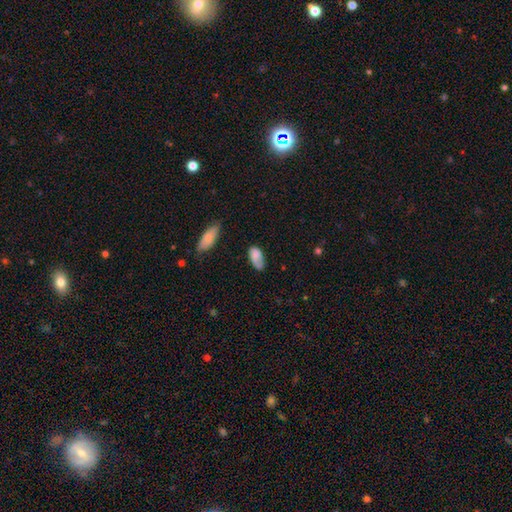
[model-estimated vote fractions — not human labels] Overall: smooth (74%). How rounded: in between (92%). Merging: none (50%; minor disturbance 30%).